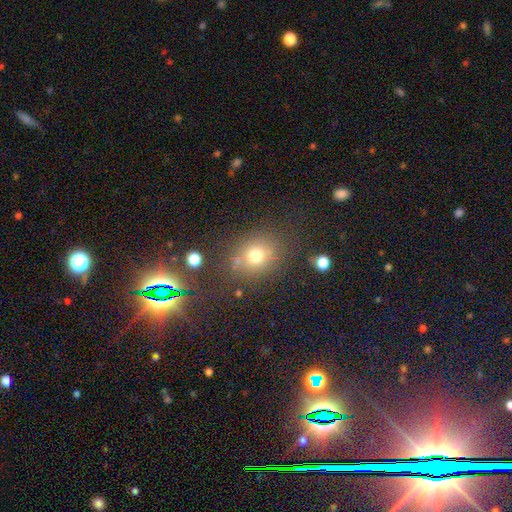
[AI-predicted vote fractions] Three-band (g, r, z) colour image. It shows a smooth galaxy with no disk features (71%) that is round (66%). Merging: none (74%).